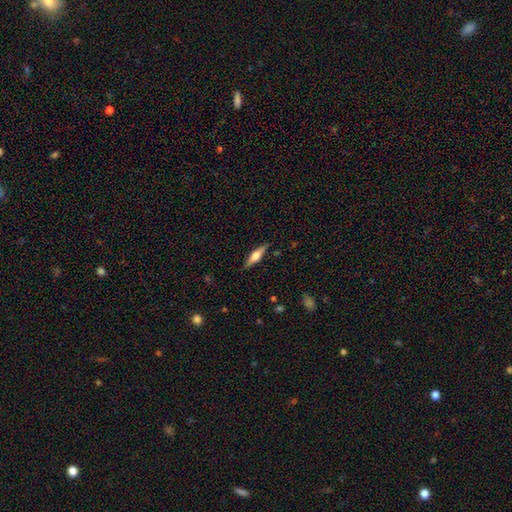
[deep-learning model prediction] smooth_or_featured: featured or disk (p=0.57) [alt: smooth p=0.36]
disk_edge_on: yes (p=0.96) [alt: no p=0.04]
edge_on_bulge: rounded (p=0.87) [alt: boxy p=0.10]
merging: none (p=0.88) [alt: minor disturbance p=0.09]